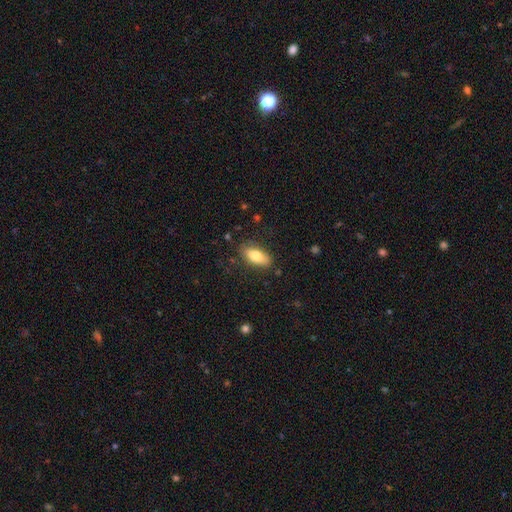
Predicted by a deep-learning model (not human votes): This appears to be a smooth galaxy with no disk features (77%) that is in between round and cigar-shaped (86%). Merging: none (82%).